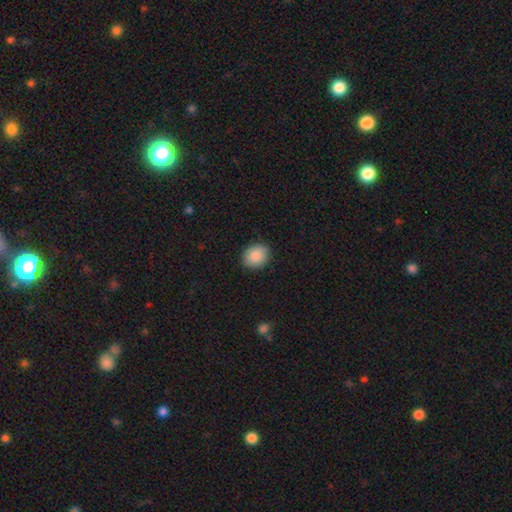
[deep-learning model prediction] A smooth galaxy with no disk features (88%) that is round (58%). Merging: none (89%).